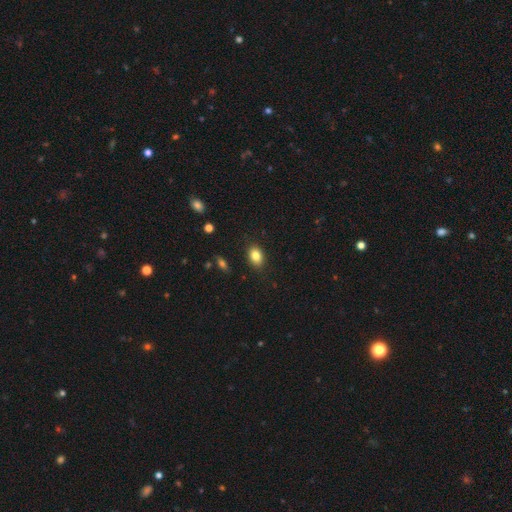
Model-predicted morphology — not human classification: Q: Smooth or featured?
A: smooth (84%); runner-up: star or artifact (9%)
Q: How rounded?
A: in between (79%); runner-up: round (19%)
Q: Merging?
A: none (87%); runner-up: minor disturbance (9%)